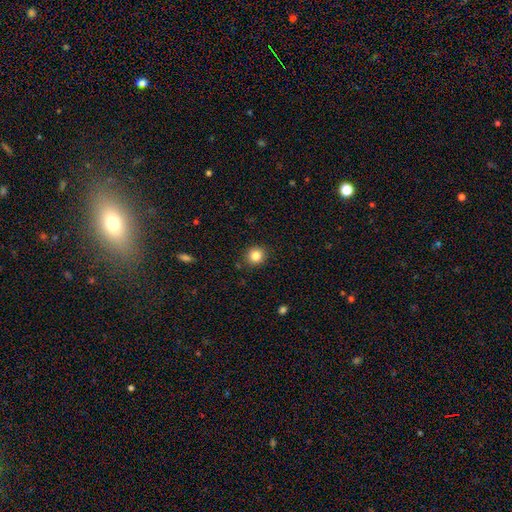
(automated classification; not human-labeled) Q: Smooth or featured?
A: smooth (84%); runner-up: star or artifact (11%)
Q: How rounded?
A: round (91%); runner-up: in between (9%)
Q: Merging?
A: none (90%); runner-up: minor disturbance (7%)